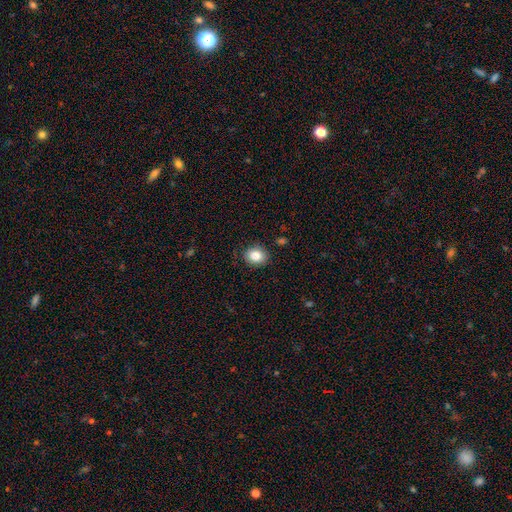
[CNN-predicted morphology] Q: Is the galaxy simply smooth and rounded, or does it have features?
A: smooth — 84%.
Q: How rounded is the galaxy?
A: round — 65%.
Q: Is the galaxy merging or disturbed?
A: none — 88%.